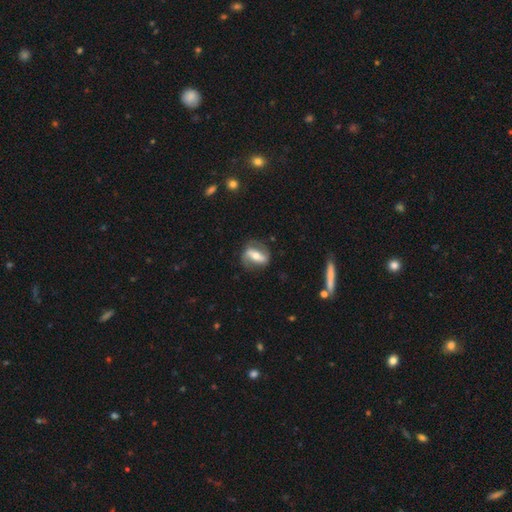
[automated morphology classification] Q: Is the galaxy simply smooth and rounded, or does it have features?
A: featured or disk — 72%.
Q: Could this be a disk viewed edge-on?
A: no — 88%.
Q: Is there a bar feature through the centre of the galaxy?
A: strong — 63%.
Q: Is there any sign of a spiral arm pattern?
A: yes — 78%.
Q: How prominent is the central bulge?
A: moderate — 62%.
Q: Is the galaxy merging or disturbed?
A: none — 74%.